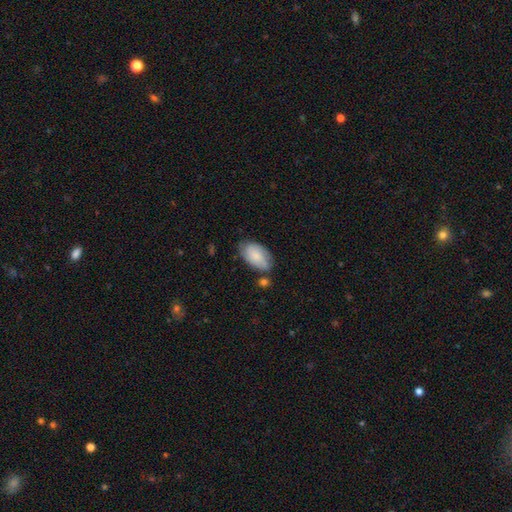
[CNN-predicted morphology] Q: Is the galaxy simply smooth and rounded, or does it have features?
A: smooth — 75%.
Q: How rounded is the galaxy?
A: in between — 94%.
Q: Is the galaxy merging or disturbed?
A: none — 64%.